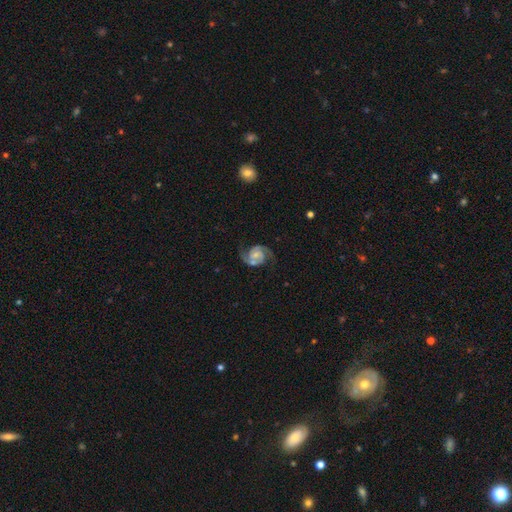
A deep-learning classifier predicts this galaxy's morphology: This appears to be a featured or disk galaxy (89%) with no bar (58%), 2 (93%) medium (56%) spiral arms (98%) and a small central bulge (51%). Merging: none (74%).